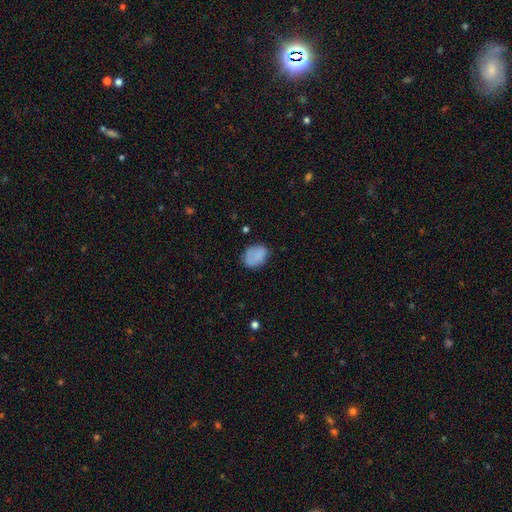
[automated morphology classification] A smooth galaxy with no disk features (80%) that is in between round and cigar-shaped (68%). Merging: none (67%).